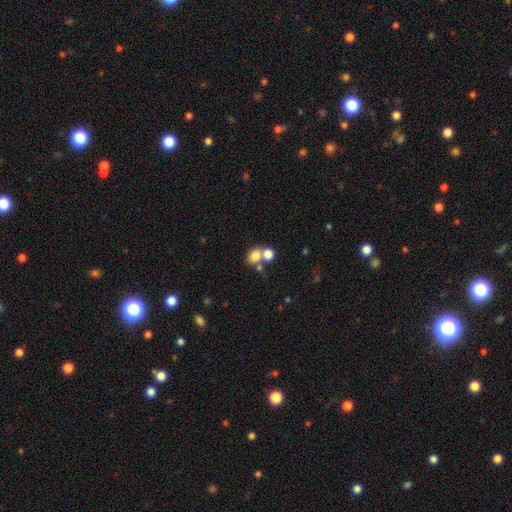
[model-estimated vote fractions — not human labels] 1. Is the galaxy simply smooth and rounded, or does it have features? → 77% smooth, 12% star or artifact, 11% featured or disk.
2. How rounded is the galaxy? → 50% round, 49% in between, 1% cigar-shaped.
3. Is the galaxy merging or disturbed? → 48% merger, 39% none, 8% minor disturbance, 5% major disturbance.